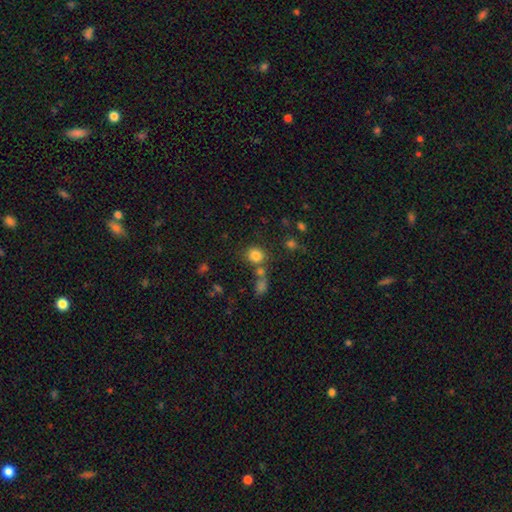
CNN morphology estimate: Overall: smooth (81%). How rounded: round (79%). Merging: none (67%).